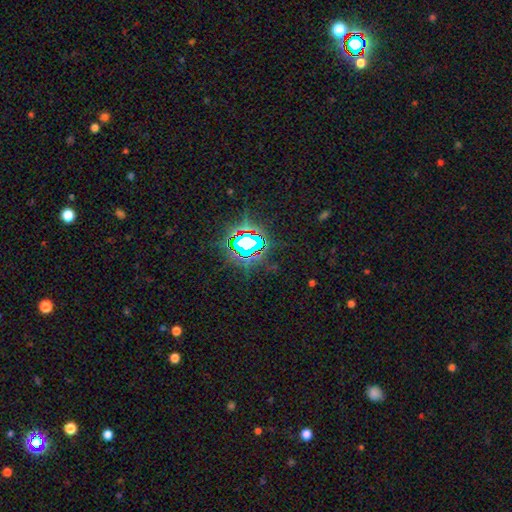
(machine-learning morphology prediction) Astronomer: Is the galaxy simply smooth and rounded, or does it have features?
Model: star or artifact — 79%.